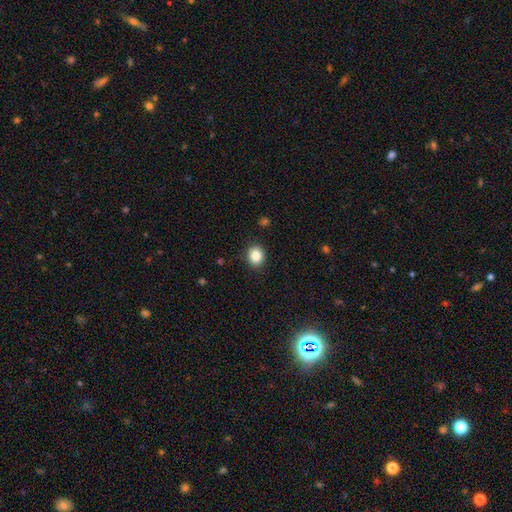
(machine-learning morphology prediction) smooth 85%, star or artifact 10%, featured or disk 5%. Down the decision tree: how rounded — round (71%); merging — none (90%).